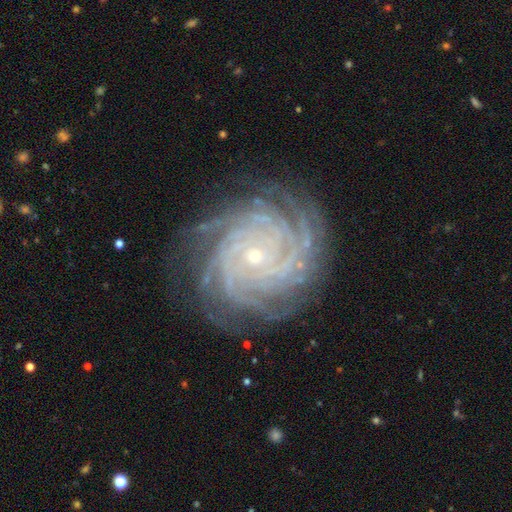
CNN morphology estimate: smooth-or-featured: featured or disk: 91% | star or artifact: 6% | smooth: 4%
  disk-edge-on: no: 98% | yes: 2%
    bar: no: 75% | weak: 17% | strong: 8%
    has-spiral-arms: yes: 99% | no: 1%
      spiral-winding: tight: 85% | medium: 13% | loose: 2%
      spiral-arm-count: more than 4: 39% | 4: 22% | can't tell: 14% | 3: 10% | 2: 8% | 1: 8%
    bulge-size: small: 80% | moderate: 16% | large: 1% | none: 1% | dominant: 1%
  merging: none: 83% | minor disturbance: 12% | major disturbance: 4% | merger: 1%